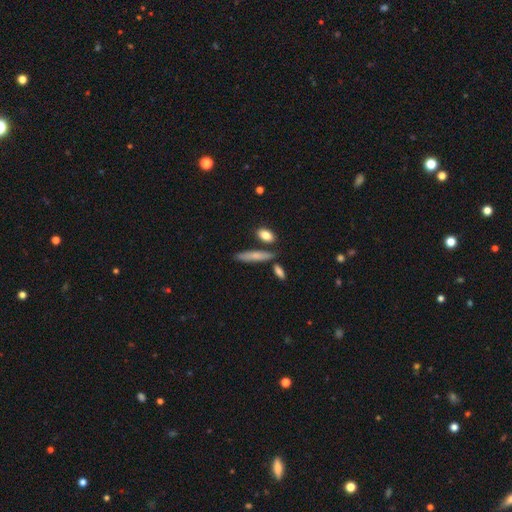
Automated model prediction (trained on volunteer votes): A smooth galaxy with no disk features (73%) that is cigar-shaped (73%).

Vote fractions:
- Smooth or featured? smooth: 73% / featured or disk: 21% / star or artifact: 7%
- How rounded? cigar-shaped: 73% / in between: 24% / round: 3%
- Merging? none: 74% / minor disturbance: 13% / merger: 10% / major disturbance: 3%